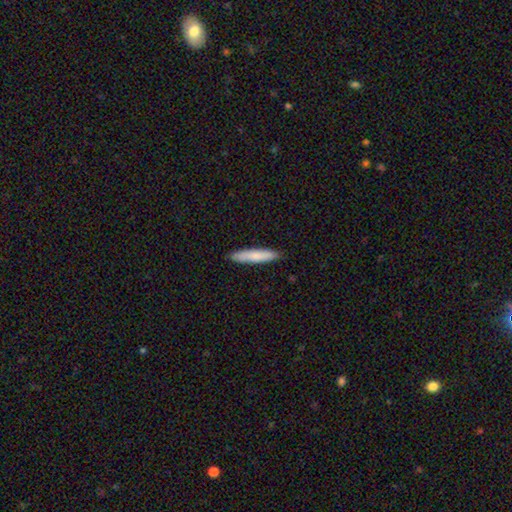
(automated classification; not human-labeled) Overall: smooth (79%). How rounded: cigar-shaped (89%). Merging: none (90%).